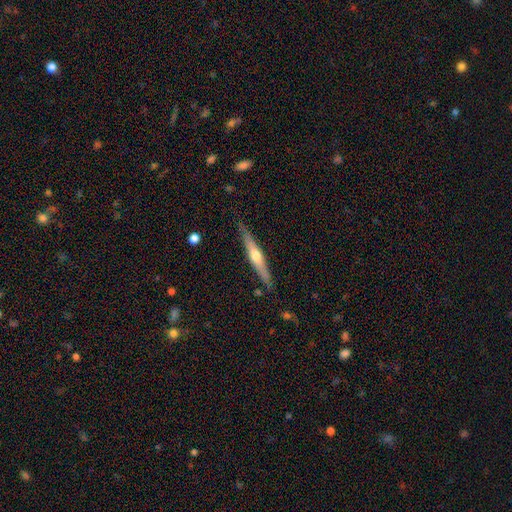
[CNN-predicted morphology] smooth_or_featured: featured or disk (p=0.60) [alt: smooth p=0.35]
disk_edge_on: yes (p=0.95) [alt: no p=0.05]
edge_on_bulge: rounded (p=0.87) [alt: none p=0.10]
merging: none (p=0.85) [alt: minor disturbance p=0.11]